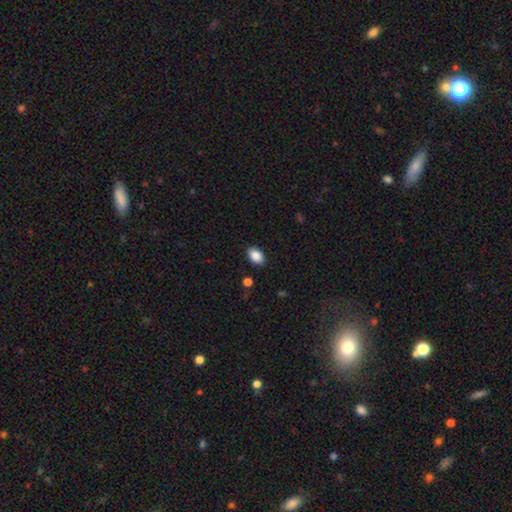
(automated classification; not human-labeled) Smooth or featured: smooth — 89% (star or artifact — 8%)
How rounded: in between — 86% (round — 12%)
Merging: none — 88% (minor disturbance — 8%)